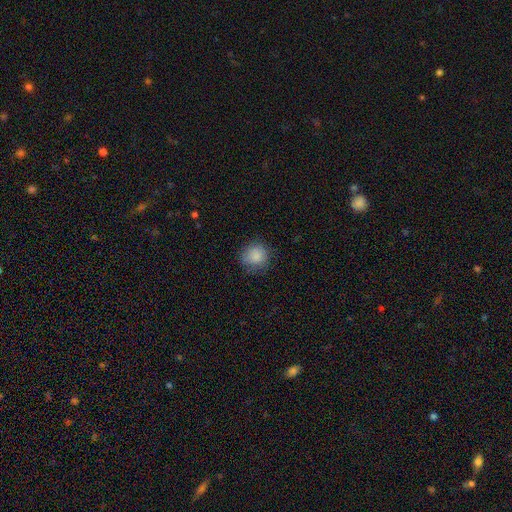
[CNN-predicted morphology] smooth-or-featured: smooth: 87% | star or artifact: 9% | featured or disk: 5%
  how-rounded: round: 89% | in between: 10% | cigar-shaped: 1%
  merging: none: 80% | minor disturbance: 15% | major disturbance: 4% | merger: 1%